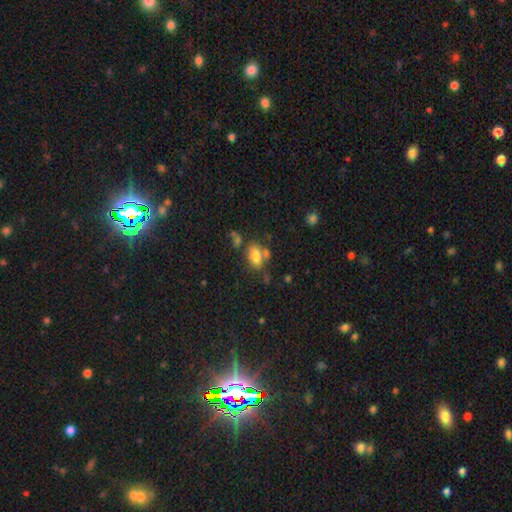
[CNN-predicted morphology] A smooth galaxy with no disk features (77%) that is in between round and cigar-shaped (87%). Merging: none (56%).